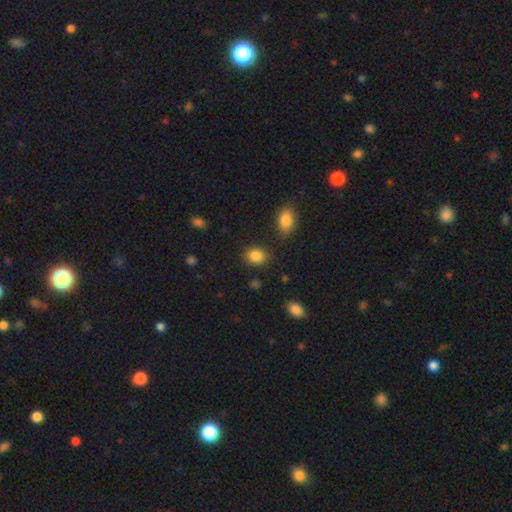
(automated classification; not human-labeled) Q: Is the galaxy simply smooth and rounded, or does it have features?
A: smooth — 86%.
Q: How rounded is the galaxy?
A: round — 51%.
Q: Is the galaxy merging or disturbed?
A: none — 79%.